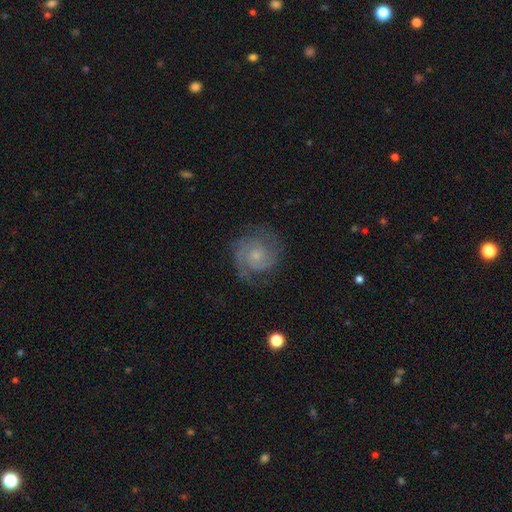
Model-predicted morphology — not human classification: Smooth or featured: featured or disk — 87% (smooth — 8%)
Edge-on disk: no — 98% (yes — 2%)
Bar: no — 72% (weak — 25%)
Spiral arms: yes — 97% (no — 3%)
Spiral winding: tight — 60% (medium — 33%)
Spiral arm count: 2 — 66% (3 — 13%)
Bulge size: small — 69% (moderate — 23%)
Merging: none — 75% (minor disturbance — 16%)